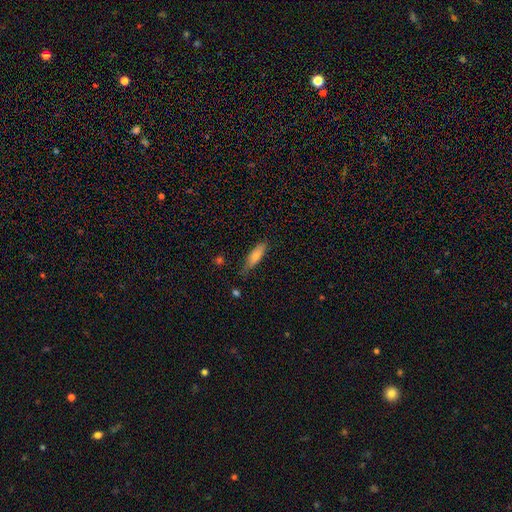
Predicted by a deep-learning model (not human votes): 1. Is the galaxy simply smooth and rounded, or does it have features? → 66% smooth, 26% featured or disk, 8% star or artifact.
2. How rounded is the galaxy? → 73% cigar-shaped, 25% in between, 2% round.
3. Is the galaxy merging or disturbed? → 76% none, 18% minor disturbance, 3% major disturbance, 2% merger.